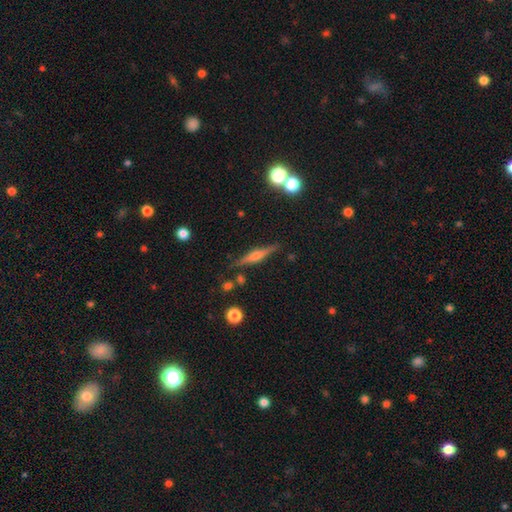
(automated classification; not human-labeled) The model was most divided on "smooth or featured": featured or disk: 69%, smooth: 22%, star or artifact: 9%. More confident: edge-on disk — yes (97%); merging — none (86%); edge-on bulge — rounded (79%).